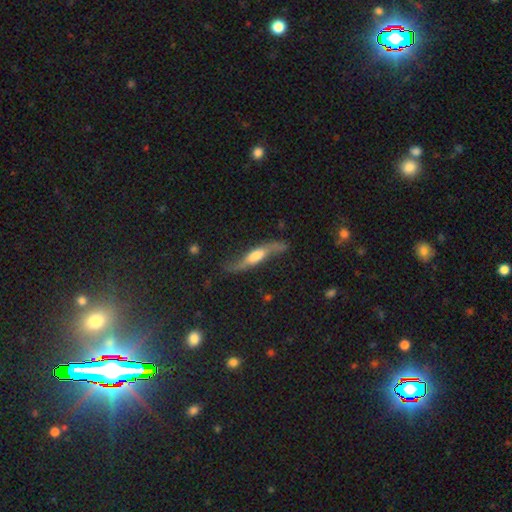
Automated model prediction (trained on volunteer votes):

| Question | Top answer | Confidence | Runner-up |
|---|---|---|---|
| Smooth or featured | featured or disk | 72% | smooth (22%) |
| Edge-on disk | yes | 59% | no (41%) |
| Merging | none | 64% | minor disturbance (22%) |